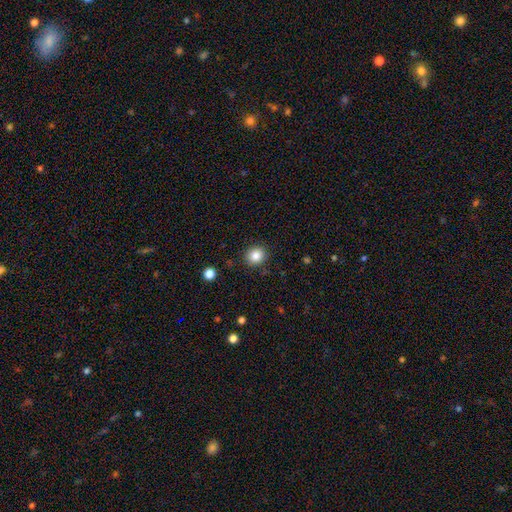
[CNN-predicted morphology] Smooth or featured? smooth (84%)
How rounded? round (80%)
Merging? none (89%)